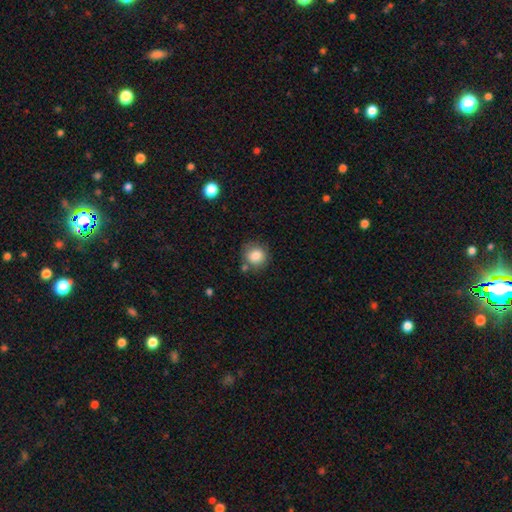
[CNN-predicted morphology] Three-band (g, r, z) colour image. It shows a smooth galaxy with no disk features (84%) that is round (88%). Merging: none (76%).